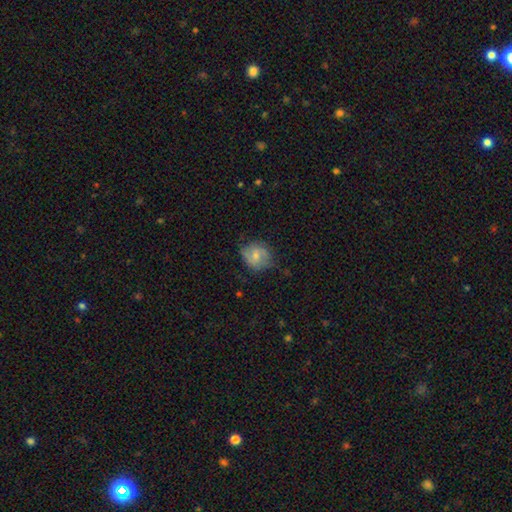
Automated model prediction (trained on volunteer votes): Smooth or featured? smooth (53%)
How rounded? round (73%)
Merging? none (68%)